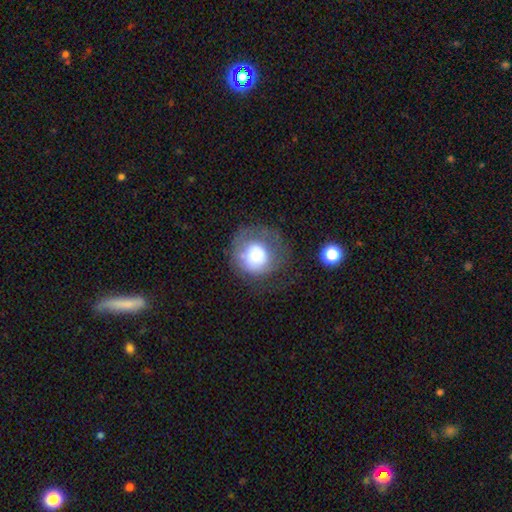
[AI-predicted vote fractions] smooth-or-featured: smooth: 61% | featured or disk: 30% | star or artifact: 9%
  how-rounded: round: 86% | in between: 13% | cigar-shaped: 1%
  merging: none: 48% | major disturbance: 25% | minor disturbance: 23% | merger: 4%